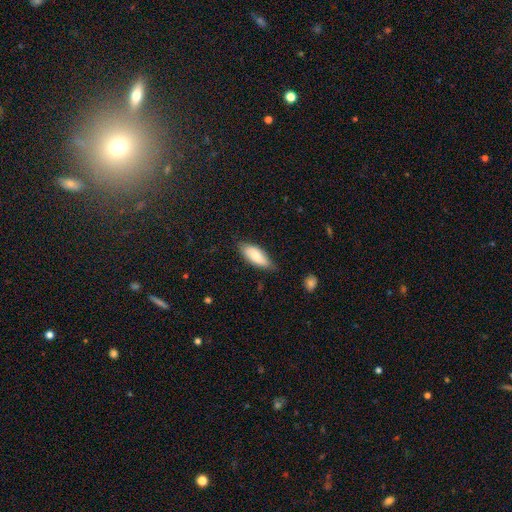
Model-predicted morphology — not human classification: This is likely a smooth galaxy (76%). How rounded: clearly in between (82%). Merging: likely none (72%).